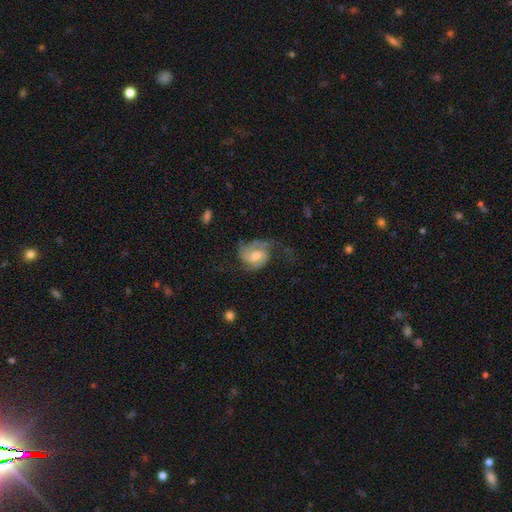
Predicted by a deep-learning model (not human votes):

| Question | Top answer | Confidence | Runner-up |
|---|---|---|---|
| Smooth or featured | featured or disk | 79% | smooth (15%) |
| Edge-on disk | no | 98% | yes (2%) |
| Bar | weak | 49% | no (38%) |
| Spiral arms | yes | 94% | no (6%) |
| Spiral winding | medium | 47% | loose (29%) |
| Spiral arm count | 2 | 68% | 1 (11%) |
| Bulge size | moderate | 62% | small (27%) |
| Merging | none | 48% | major disturbance (28%) |